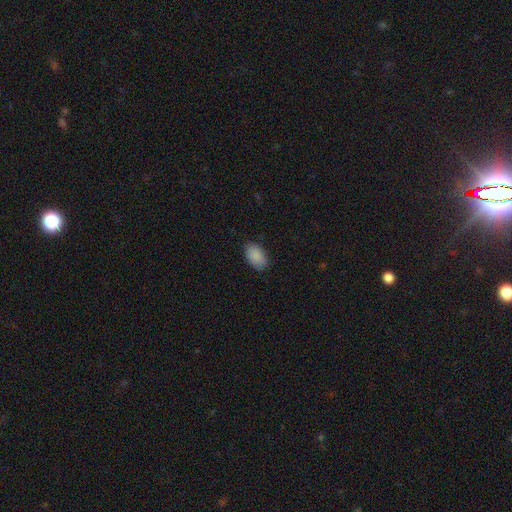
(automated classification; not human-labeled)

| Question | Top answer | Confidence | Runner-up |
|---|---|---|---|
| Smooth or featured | smooth | 89% | star or artifact (7%) |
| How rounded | in between | 93% | round (6%) |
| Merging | none | 84% | minor disturbance (13%) |